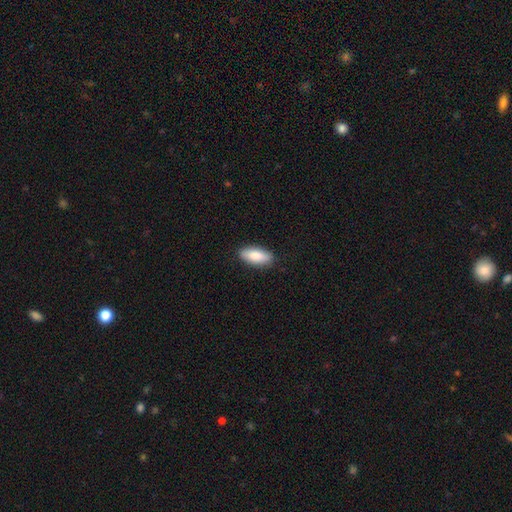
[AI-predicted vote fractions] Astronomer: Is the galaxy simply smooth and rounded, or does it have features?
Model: smooth — 83%.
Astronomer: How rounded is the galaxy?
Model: in between — 75%.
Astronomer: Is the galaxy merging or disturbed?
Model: none — 88%.